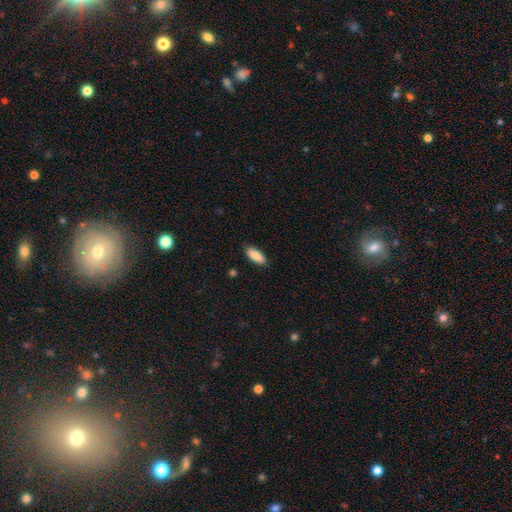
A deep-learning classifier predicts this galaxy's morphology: This appears to be a smooth galaxy with no disk features (89%) that is in between round and cigar-shaped (82%). Merging: none (87%).